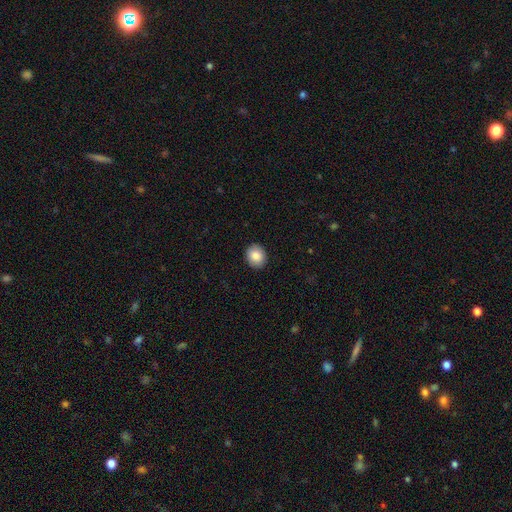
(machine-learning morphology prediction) Smooth or featured? smooth (87%)
How rounded? round (66%)
Merging? none (91%)